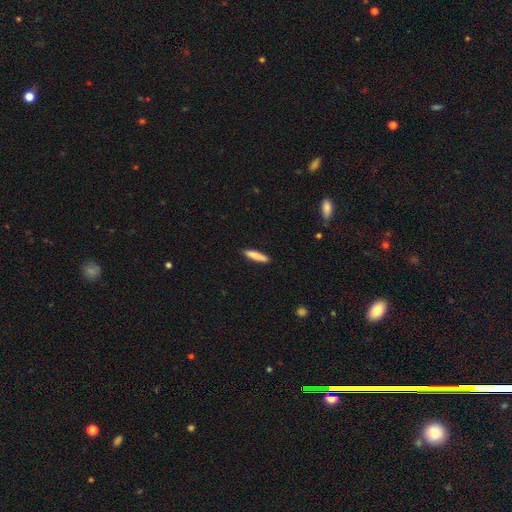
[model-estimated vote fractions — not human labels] The model was most divided on "smooth or featured": smooth: 82%, featured or disk: 13%, star or artifact: 6%. More confident: merging — none (89%); how rounded — cigar-shaped (84%).